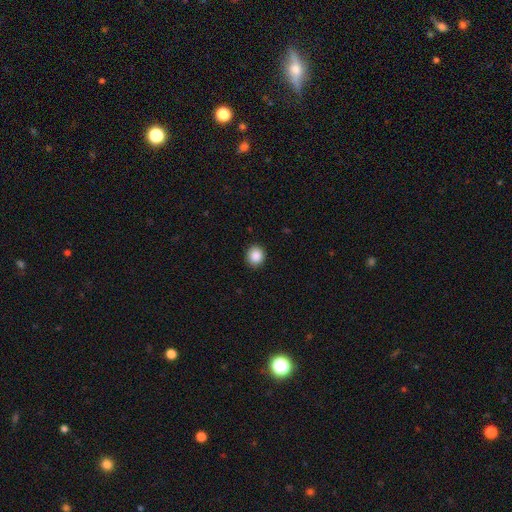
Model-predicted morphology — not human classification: smooth 88%, star or artifact 9%, featured or disk 3%. Down the decision tree: how rounded — round (83%); merging — none (91%).